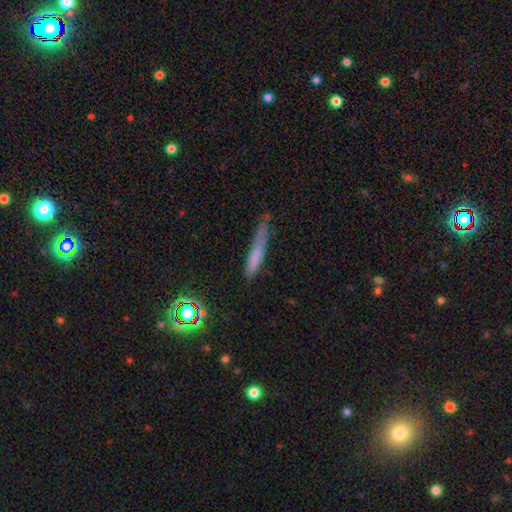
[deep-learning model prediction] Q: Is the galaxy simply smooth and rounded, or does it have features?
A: smooth — 65%.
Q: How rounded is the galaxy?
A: cigar-shaped — 90%.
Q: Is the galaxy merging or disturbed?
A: none — 55%.